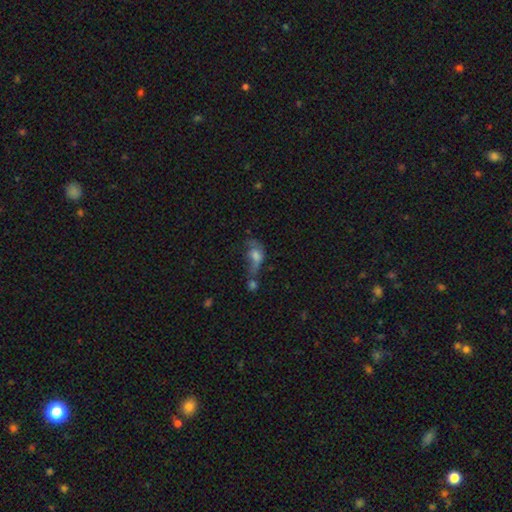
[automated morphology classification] Smooth or featured?
  - smooth: 56% *
  - featured or disk: 30%
  - star or artifact: 14%
How rounded?
  - in between: 71% *
  - round: 24%
  - cigar-shaped: 5%
Merging?
  - major disturbance: 34% *
  - merger: 32%
  - none: 18%
  - minor disturbance: 16%